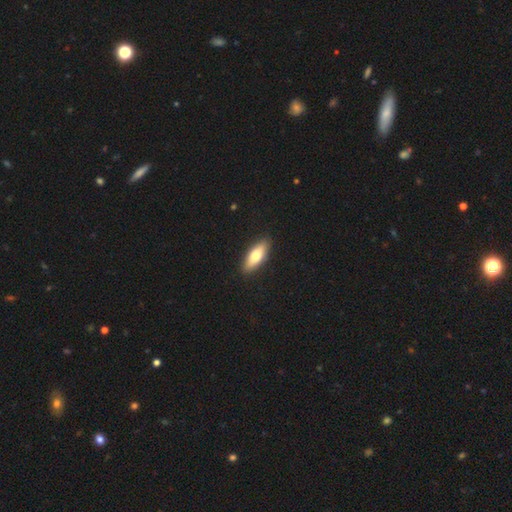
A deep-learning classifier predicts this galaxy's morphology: Q: Smooth or featured?
A: smooth (72%); runner-up: featured or disk (22%)
Q: How rounded?
A: in between (63%); runner-up: cigar-shaped (34%)
Q: Merging?
A: none (90%); runner-up: minor disturbance (8%)